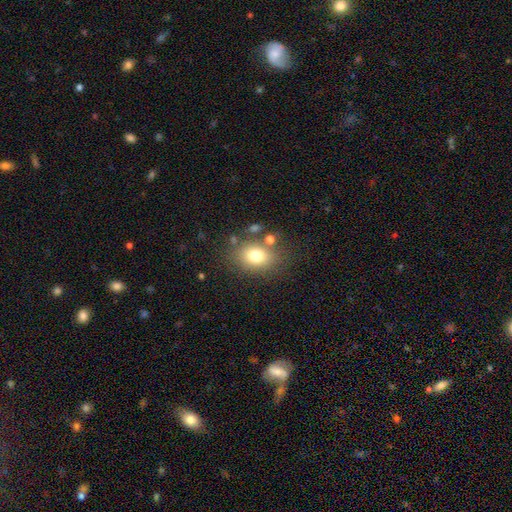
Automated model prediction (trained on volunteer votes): Morphology: type=smooth (76%); roundness=in between (59%); merging=none (73%).